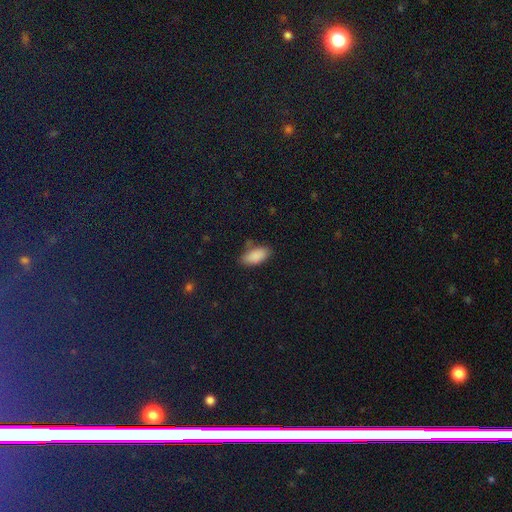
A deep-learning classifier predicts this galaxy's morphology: Q: Smooth or featured?
A: smooth (87%); runner-up: star or artifact (8%)
Q: How rounded?
A: in between (90%); runner-up: cigar-shaped (7%)
Q: Merging?
A: none (73%); runner-up: minor disturbance (19%)